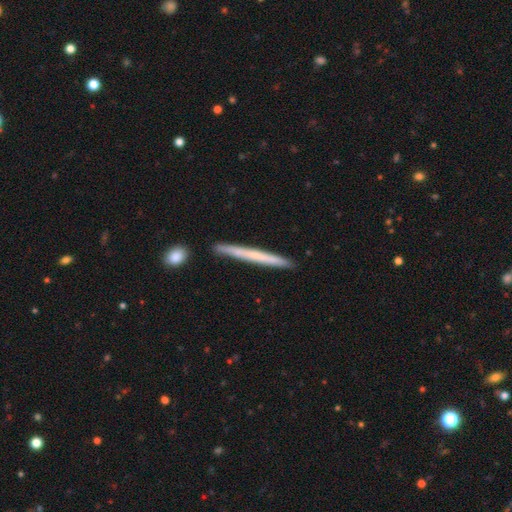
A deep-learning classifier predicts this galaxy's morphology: This is possibly a smooth galaxy (50%). Merging: clearly none (89%).